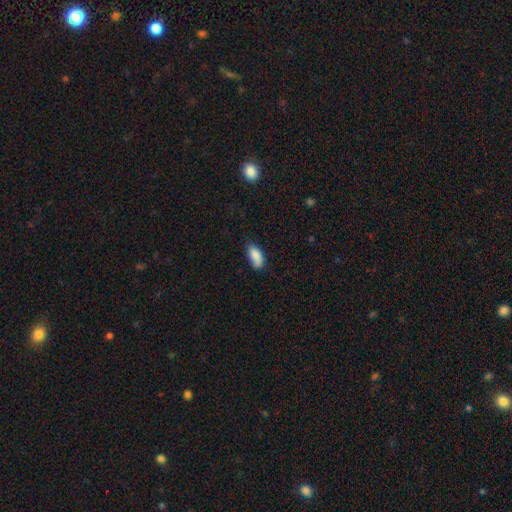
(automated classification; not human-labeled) Smooth or featured? smooth (85%)
How rounded? in between (90%)
Merging? none (62%)